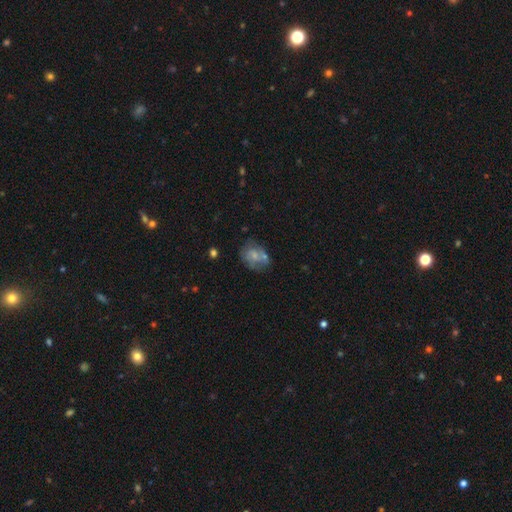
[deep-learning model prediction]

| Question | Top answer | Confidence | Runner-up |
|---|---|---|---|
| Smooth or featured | smooth | 49% | featured or disk (43%) |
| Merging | none | 44% | minor disturbance (24%) |